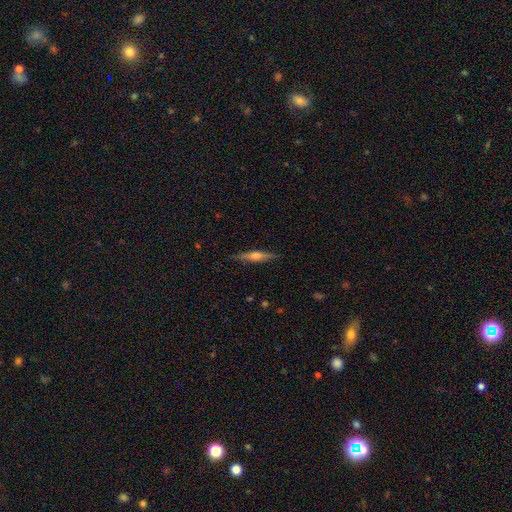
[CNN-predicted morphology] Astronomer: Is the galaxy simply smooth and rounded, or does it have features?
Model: featured or disk — 54% (runner-up: smooth, 40%).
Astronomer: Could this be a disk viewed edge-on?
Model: yes — 95%.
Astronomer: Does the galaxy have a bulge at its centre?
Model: rounded — 79%.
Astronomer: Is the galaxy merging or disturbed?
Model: none — 87%.